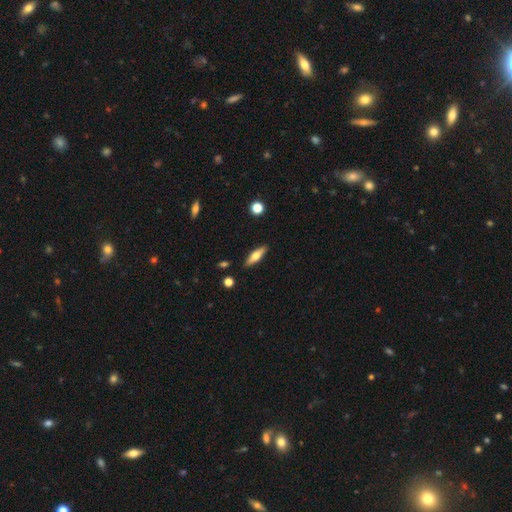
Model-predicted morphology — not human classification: The model was most divided on "smooth or featured": smooth: 52%, featured or disk: 42%, star or artifact: 6%. More confident: merging — none (88%); how rounded — cigar-shaped (57%).